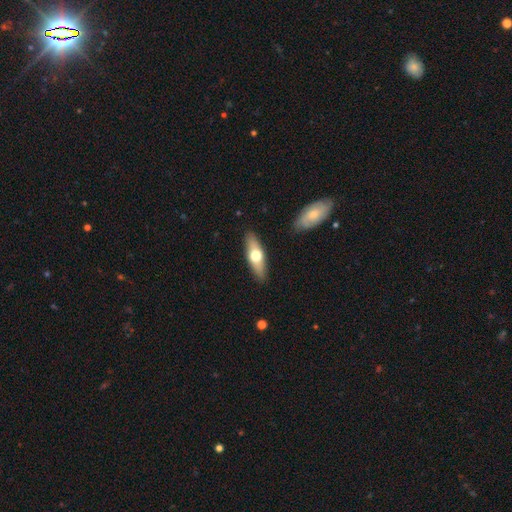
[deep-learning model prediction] Q: Smooth or featured?
A: smooth (52%); runner-up: featured or disk (43%)
Q: How rounded?
A: in between (55%); runner-up: cigar-shaped (42%)
Q: Merging?
A: none (88%); runner-up: minor disturbance (9%)